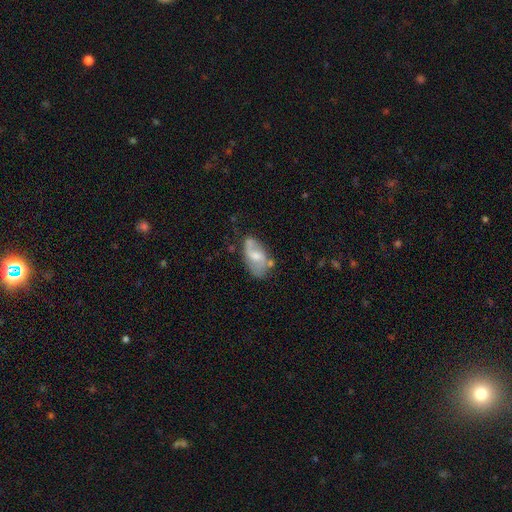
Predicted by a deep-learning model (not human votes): This appears to be a featured or disk galaxy (58%) with no bar (46%), spiral arms (78%) and a moderate central bulge (49%). Merging: none (51%).